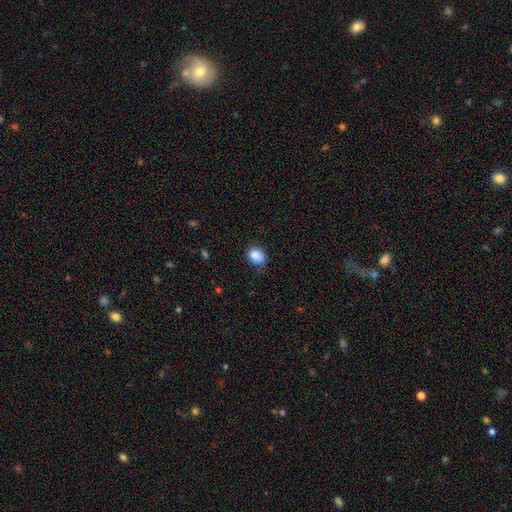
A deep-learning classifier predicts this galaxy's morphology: The model was most divided on "how rounded": round: 51%, in between: 48%, cigar-shaped: 1%. More confident: smooth or featured — smooth (86%); merging — none (63%).